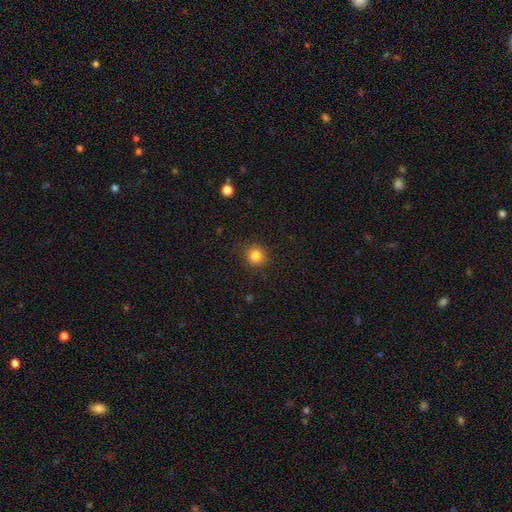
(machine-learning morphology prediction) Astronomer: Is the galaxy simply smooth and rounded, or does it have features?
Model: smooth — 84%.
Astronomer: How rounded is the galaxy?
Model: round — 93%.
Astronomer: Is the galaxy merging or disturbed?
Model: none — 90%.